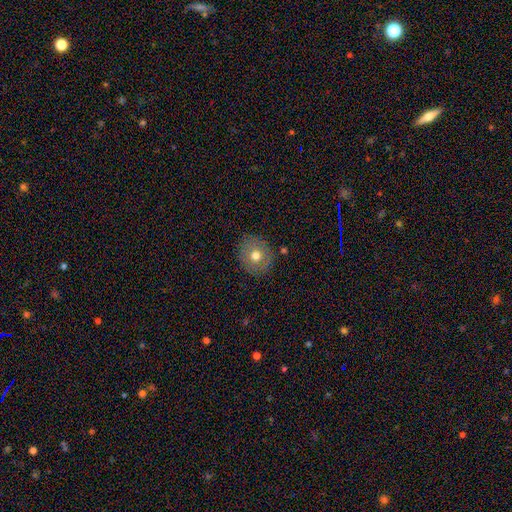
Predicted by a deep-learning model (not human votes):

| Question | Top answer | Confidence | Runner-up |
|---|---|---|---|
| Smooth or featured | smooth | 66% | featured or disk (25%) |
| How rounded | round | 77% | in between (22%) |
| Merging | none | 85% | minor disturbance (10%) |